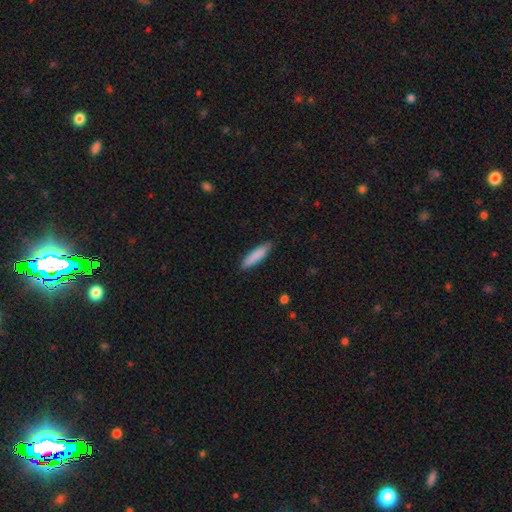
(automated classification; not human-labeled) This is clearly a smooth galaxy (86%). How rounded: likely cigar-shaped (75%). Merging: clearly none (87%).